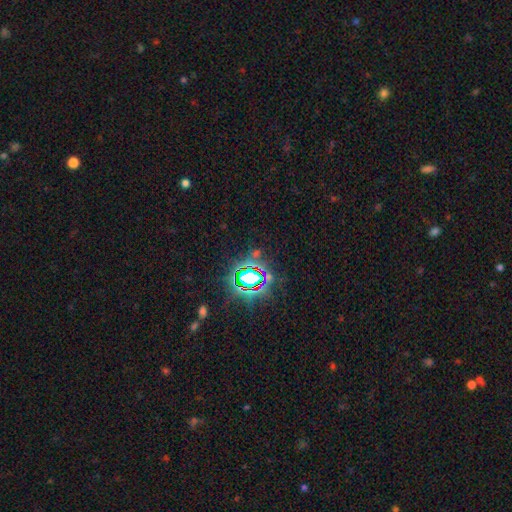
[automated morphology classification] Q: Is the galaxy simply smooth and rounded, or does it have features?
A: star or artifact — 80%.